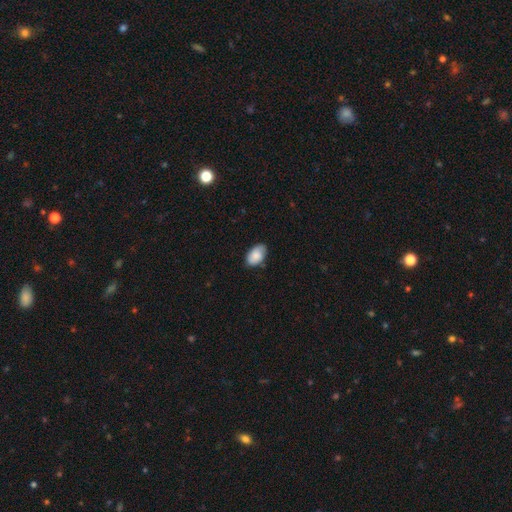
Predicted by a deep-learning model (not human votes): A smooth galaxy with no disk features (79%) that is in between round and cigar-shaped (92%).

Vote fractions:
- Smooth or featured? smooth: 79% / featured or disk: 14% / star or artifact: 7%
- How rounded? in between: 92% / round: 7% / cigar-shaped: 1%
- Merging? none: 76% / minor disturbance: 19% / major disturbance: 3% / merger: 1%